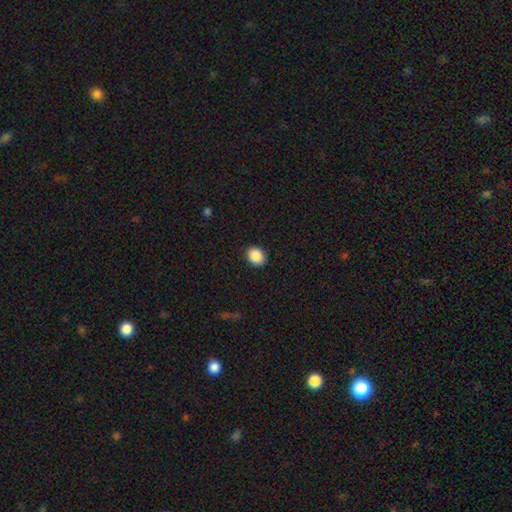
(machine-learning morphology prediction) This appears to be a smooth galaxy with no disk features (89%) that is round (54%). Merging: none (90%).